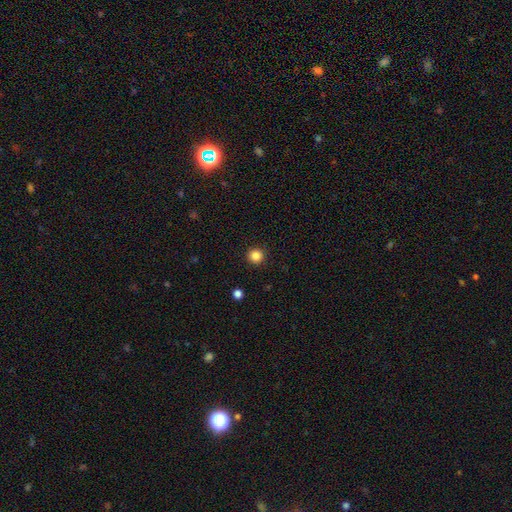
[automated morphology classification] Overall: smooth (86%). How rounded: round (95%). Merging: none (93%).